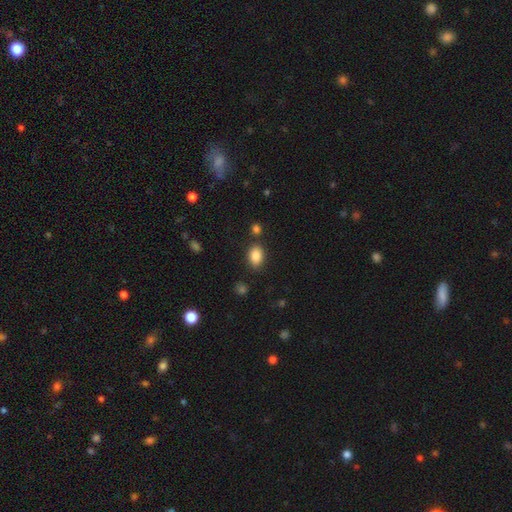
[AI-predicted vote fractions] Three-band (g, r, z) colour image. It shows a smooth galaxy with no disk features (87%) that is in between round and cigar-shaped (83%). Merging: none (79%).